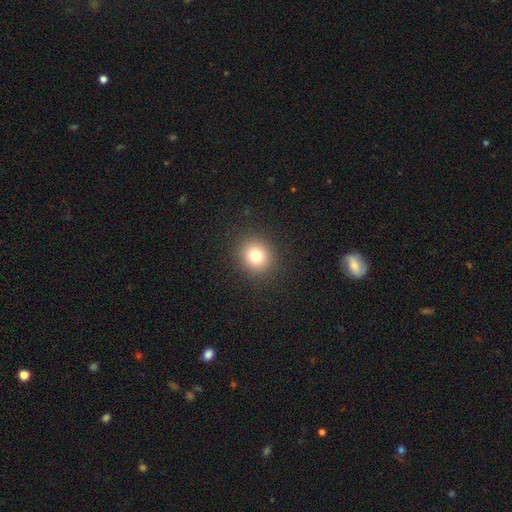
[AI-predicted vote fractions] Overall: smooth (78%). How rounded: round (86%). Merging: none (90%).